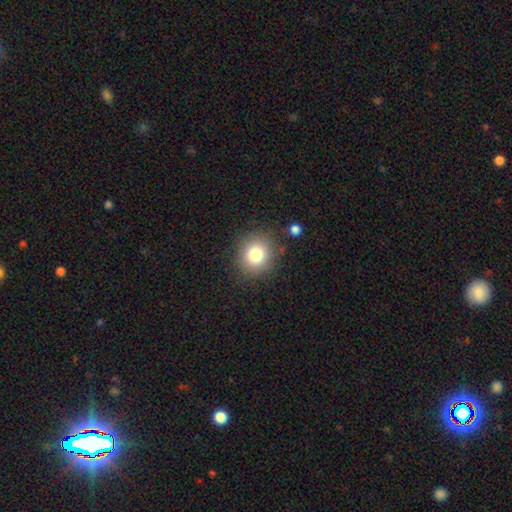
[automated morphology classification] Overall: smooth (78%). How rounded: round (87%). Merging: none (88%).